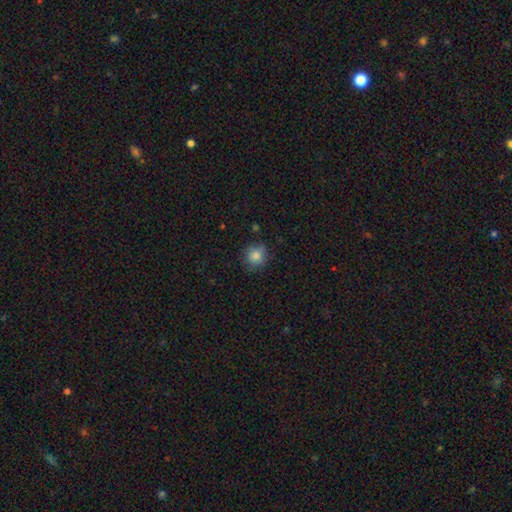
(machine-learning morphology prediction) Overall: smooth (85%). How rounded: round (91%). Merging: none (80%).